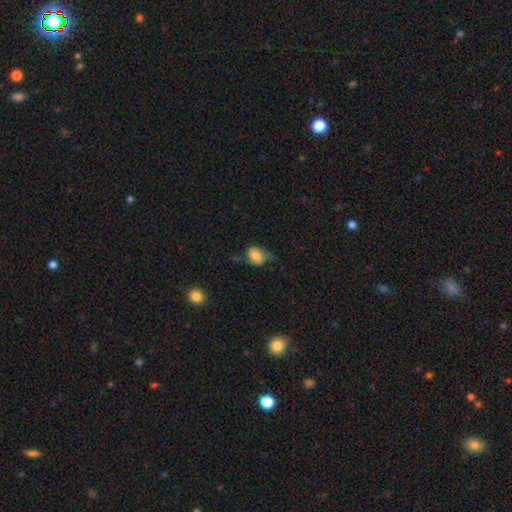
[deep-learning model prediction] Q: Smooth or featured?
A: smooth (68%); runner-up: featured or disk (24%)
Q: How rounded?
A: in between (69%); runner-up: round (30%)
Q: Merging?
A: none (47%); runner-up: minor disturbance (33%)